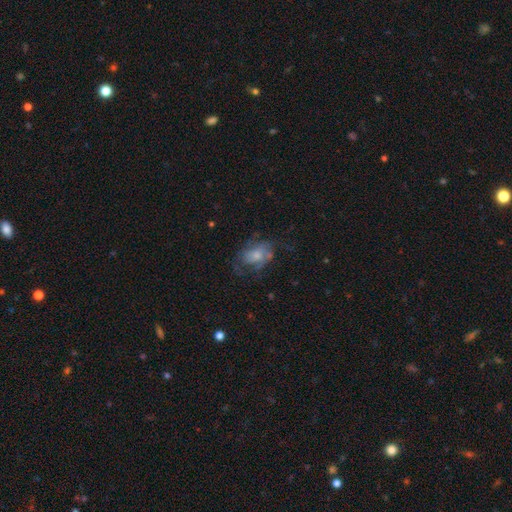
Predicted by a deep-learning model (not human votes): A featured or disk galaxy (56%) with no bar (74%), spiral arms (69%) and a moderate central bulge (41%).

Vote fractions:
- Smooth or featured? featured or disk: 56% / smooth: 32% / star or artifact: 12%
- Edge-on disk? no: 96% / yes: 4%
- Bar? no: 74% / weak: 22% / strong: 4%
- Spiral arms? yes: 69% / no: 31%
- Bulge size? moderate: 41% / small: 39% / none: 9% / large: 9% / dominant: 2%
- Merging? none: 52% / minor disturbance: 23% / major disturbance: 23% / merger: 2%